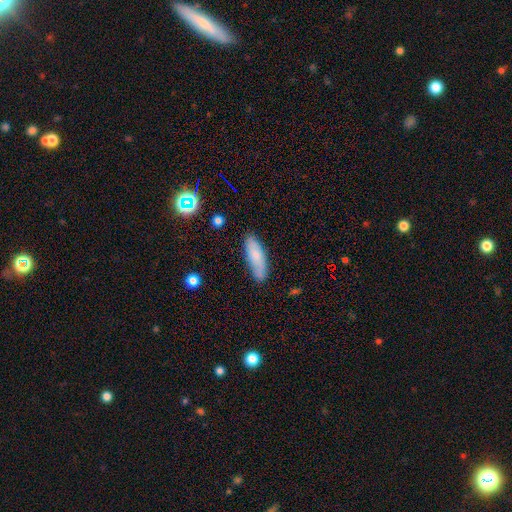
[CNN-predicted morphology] This appears to be a smooth galaxy with no disk features (76%) that is in between round and cigar-shaped (51%). Merging: none (76%).